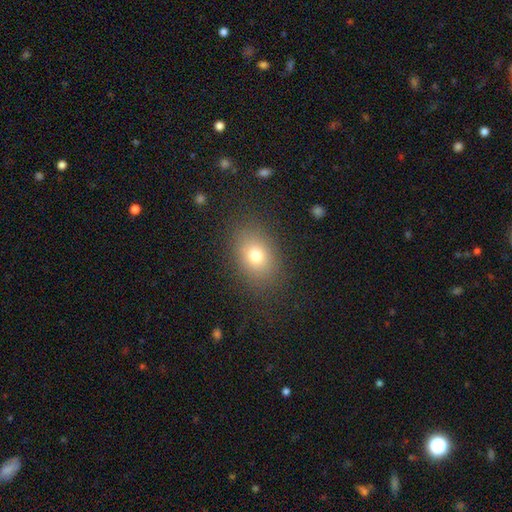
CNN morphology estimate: Smooth or featured: smooth — 74% (star or artifact — 13%)
How rounded: in between — 66% (round — 33%)
Merging: none — 83% (minor disturbance — 10%)